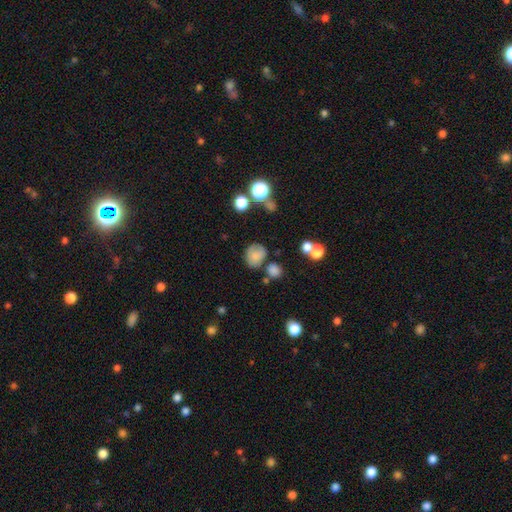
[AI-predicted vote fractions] Q: Smooth or featured?
A: smooth (76%); runner-up: star or artifact (13%)
Q: How rounded?
A: round (62%); runner-up: in between (37%)
Q: Merging?
A: none (61%); runner-up: minor disturbance (23%)